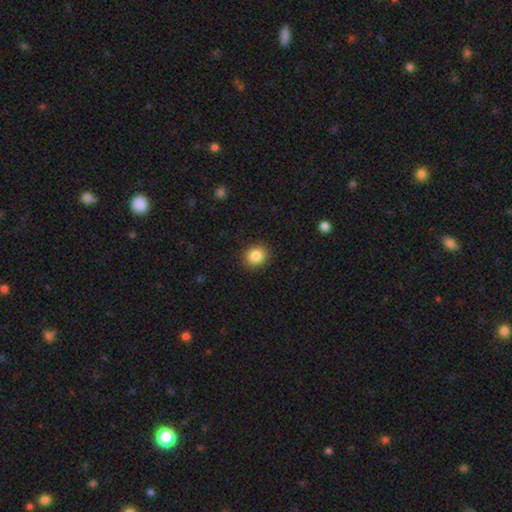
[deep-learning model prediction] Overall: smooth (86%). How rounded: round (77%). Merging: none (89%).